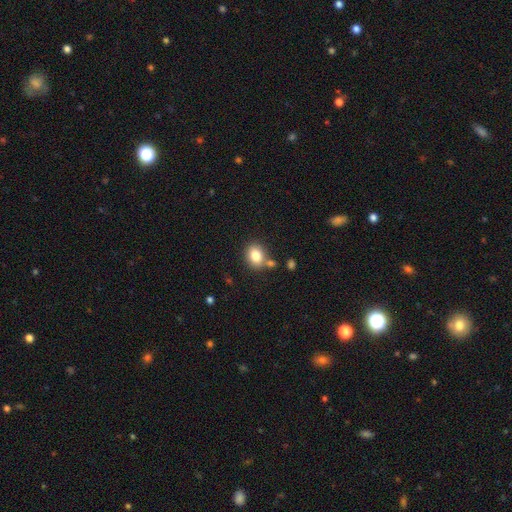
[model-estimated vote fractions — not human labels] A smooth galaxy with no disk features (81%) that is round (52%).

Vote fractions:
- Smooth or featured? smooth: 81% / star or artifact: 10% / featured or disk: 9%
- How rounded? round: 52% / in between: 47% / cigar-shaped: 1%
- Merging? none: 69% / merger: 15% / minor disturbance: 13% / major disturbance: 4%